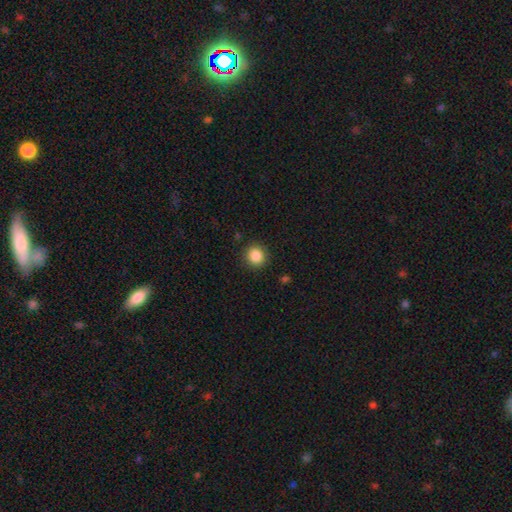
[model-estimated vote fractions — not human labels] smooth 87%, star or artifact 10%, featured or disk 4%. Down the decision tree: how rounded — round (90%); merging — none (90%).